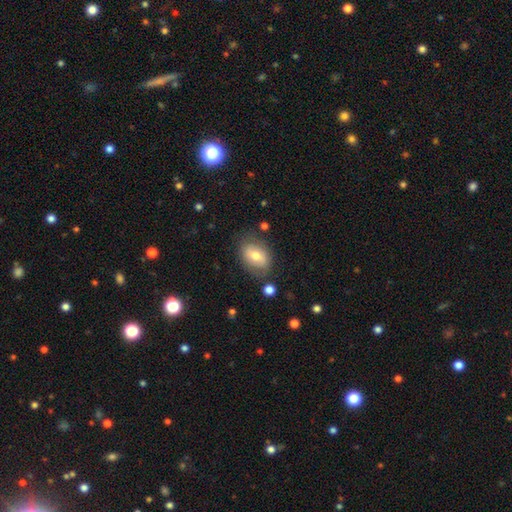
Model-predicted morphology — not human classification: Overall: smooth (65%; featured or disk 28%). How rounded: in between (75%). Merging: none (74%).